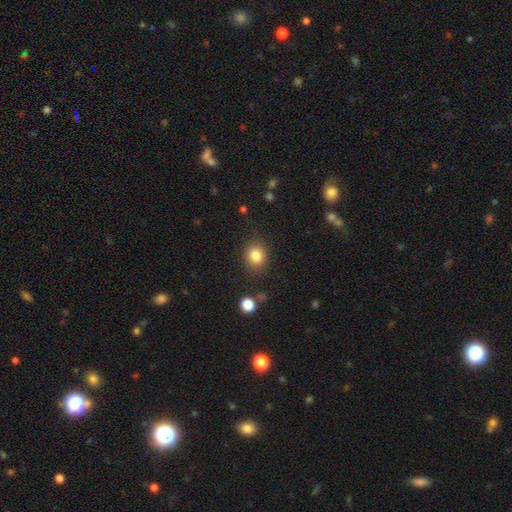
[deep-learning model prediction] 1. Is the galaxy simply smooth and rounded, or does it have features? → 83% smooth, 11% star or artifact, 6% featured or disk.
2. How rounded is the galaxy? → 70% round, 29% in between, 1% cigar-shaped.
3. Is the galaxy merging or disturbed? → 85% none, 10% minor disturbance, 3% major disturbance, 2% merger.